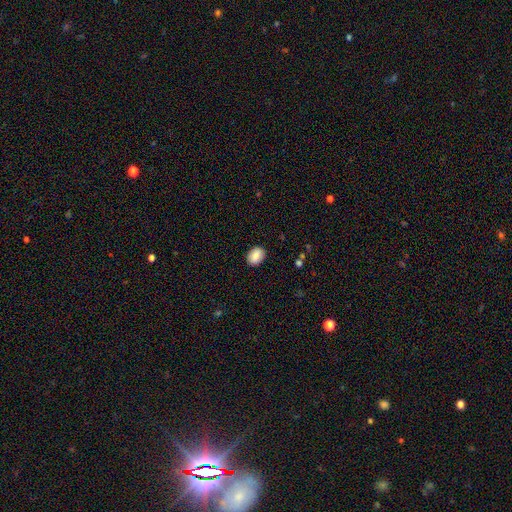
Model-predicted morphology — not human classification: Smooth or featured: smooth — 85% (featured or disk — 8%)
How rounded: in between — 71% (round — 28%)
Merging: none — 88% (minor disturbance — 9%)